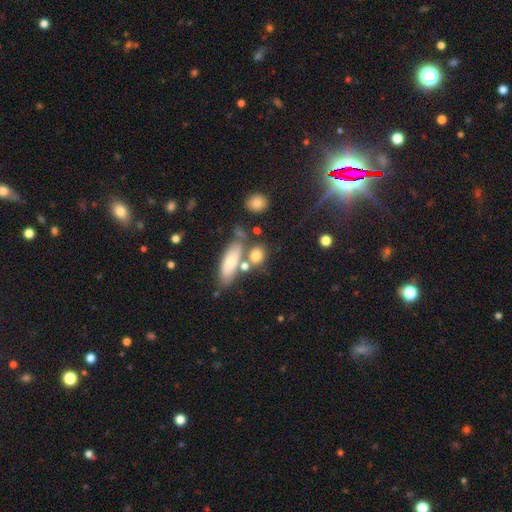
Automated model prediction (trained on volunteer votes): Morphology: type=smooth (76%); roundness=round (54%); merging=none (52%).